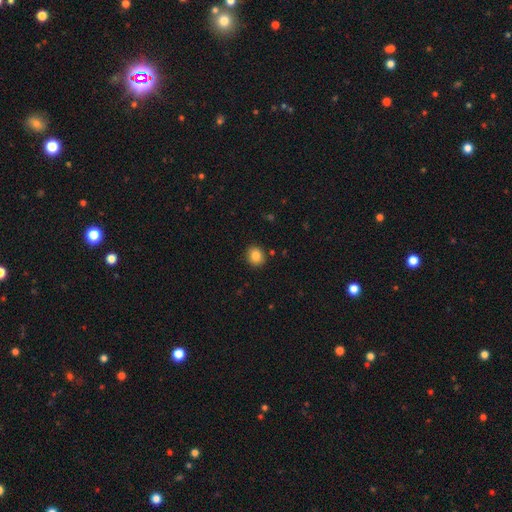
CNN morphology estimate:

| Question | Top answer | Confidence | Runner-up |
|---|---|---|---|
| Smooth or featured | smooth | 85% | star or artifact (10%) |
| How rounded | round | 75% | in between (24%) |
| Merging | none | 89% | minor disturbance (7%) |